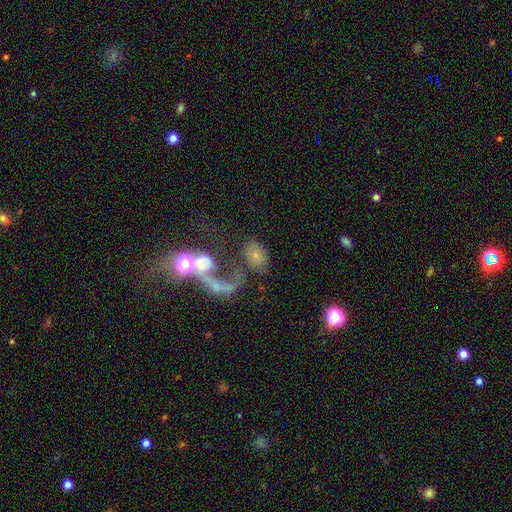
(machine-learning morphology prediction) smooth-or-featured: smooth: 53% | featured or disk: 34% | star or artifact: 13%
  how-rounded: in between: 81% | round: 16% | cigar-shaped: 3%
  merging: merger: 33% | none: 30% | major disturbance: 25% | minor disturbance: 12%